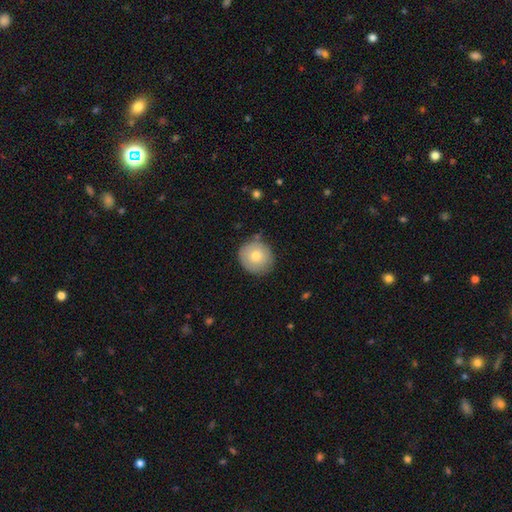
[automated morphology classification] The model was most divided on "smooth or featured": smooth: 73%, featured or disk: 20%, star or artifact: 7%. More confident: how rounded — round (89%); merging — none (81%).